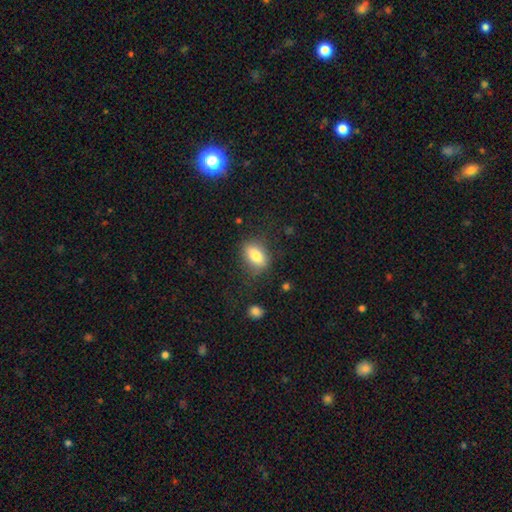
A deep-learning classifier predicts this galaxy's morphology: Smooth or featured? smooth (79%)
How rounded? in between (81%)
Merging? none (76%)